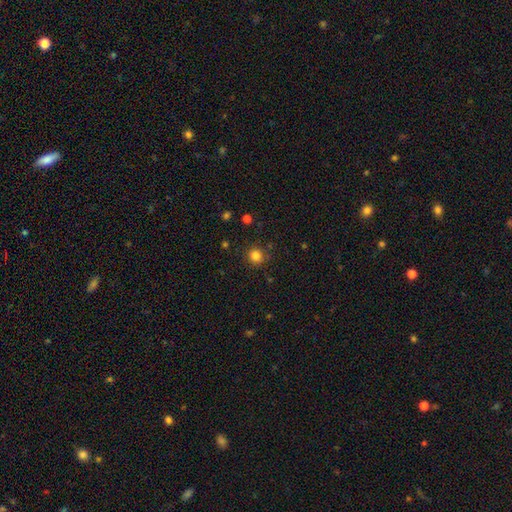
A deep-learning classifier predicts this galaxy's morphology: This appears to be a smooth galaxy with no disk features (83%) that is round (91%). Merging: none (88%).